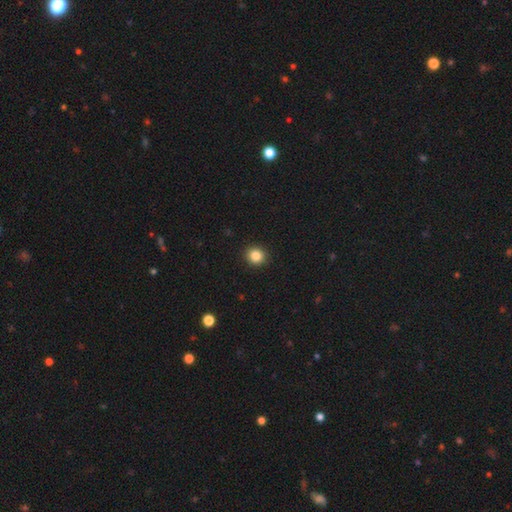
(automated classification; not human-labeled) Smooth or featured?
  - smooth: 85% *
  - star or artifact: 11%
  - featured or disk: 5%
How rounded?
  - round: 87% *
  - in between: 12%
  - cigar-shaped: 1%
Merging?
  - none: 93% *
  - minor disturbance: 5%
  - major disturbance: 2%
  - merger: 1%